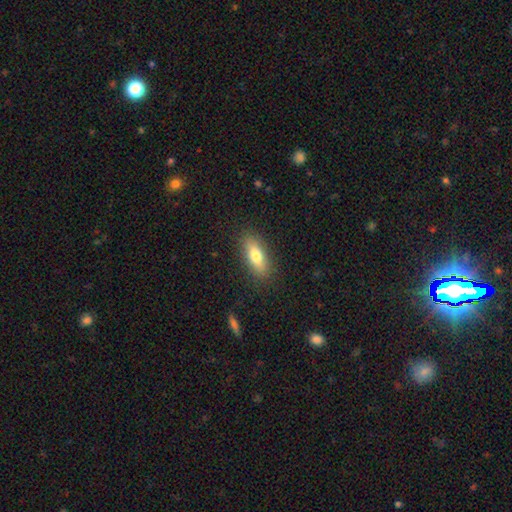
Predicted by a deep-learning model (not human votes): The model was most divided on "how rounded": in between: 68%, cigar-shaped: 28%, round: 4%. More confident: merging — none (87%); smooth or featured — smooth (72%).